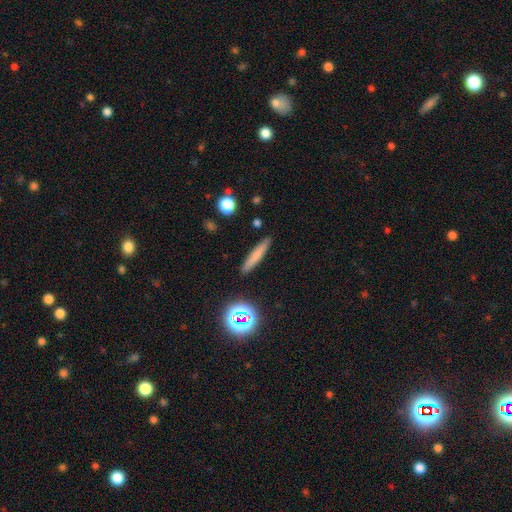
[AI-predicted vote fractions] Smooth or featured? smooth (70%)
How rounded? cigar-shaped (91%)
Merging? none (90%)